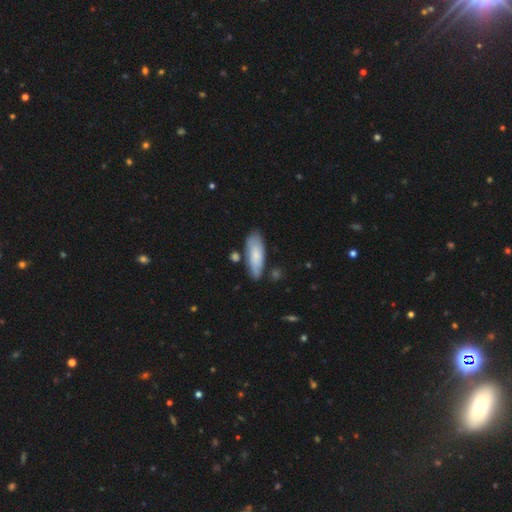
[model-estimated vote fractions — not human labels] A smooth galaxy with no disk features (76%) that is in between round and cigar-shaped (62%).

Vote fractions:
- Smooth or featured? smooth: 76% / featured or disk: 18% / star or artifact: 6%
- How rounded? in between: 62% / cigar-shaped: 36% / round: 2%
- Merging? none: 72% / minor disturbance: 18% / merger: 6% / major disturbance: 4%